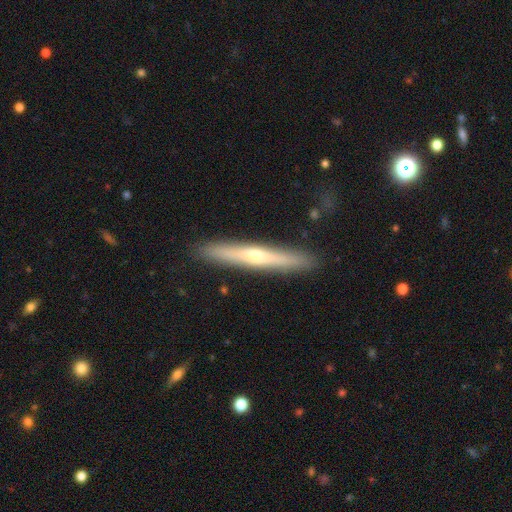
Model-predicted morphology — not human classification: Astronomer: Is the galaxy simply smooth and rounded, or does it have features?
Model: featured or disk — 55% (runner-up: smooth, 39%).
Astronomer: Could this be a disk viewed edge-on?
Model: yes — 95%.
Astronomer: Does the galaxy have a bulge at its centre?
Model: rounded — 73%.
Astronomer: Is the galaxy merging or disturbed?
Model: none — 91%.